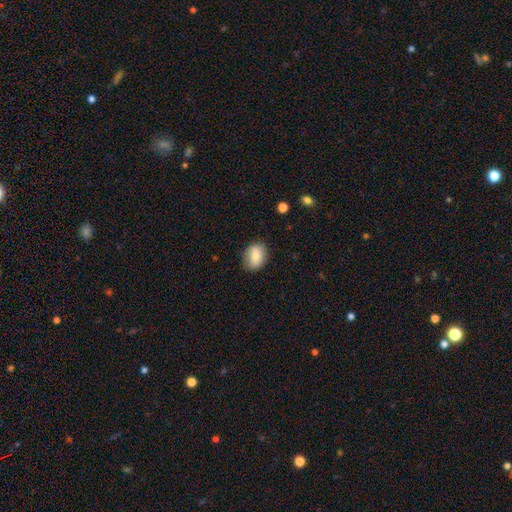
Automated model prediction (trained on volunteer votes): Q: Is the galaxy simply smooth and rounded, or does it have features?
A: smooth — 81%.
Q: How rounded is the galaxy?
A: in between — 72%.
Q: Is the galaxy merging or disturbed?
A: none — 83%.